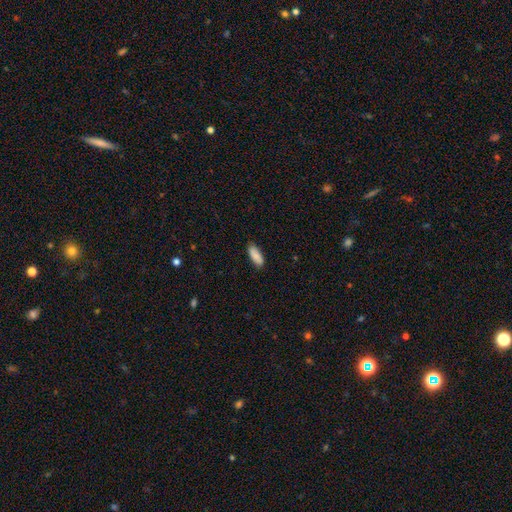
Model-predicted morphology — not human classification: Smooth or featured? smooth (86%)
How rounded? in between (74%)
Merging? none (83%)